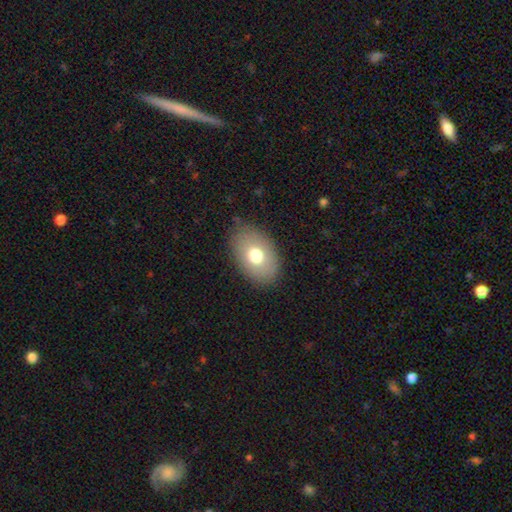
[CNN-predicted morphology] A smooth galaxy with no disk features (72%) that is in between round and cigar-shaped (85%). Merging: none (82%).